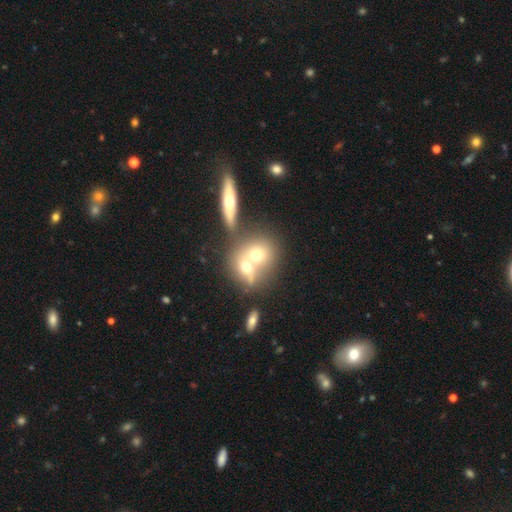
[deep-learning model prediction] Overall: smooth (59%; featured or disk 30%). How rounded: round (67%; in between 30%). Merging: merger (59%; none 31%).